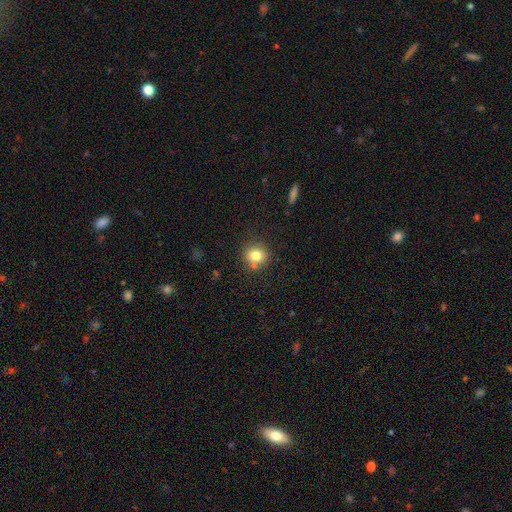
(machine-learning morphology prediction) A smooth galaxy with no disk features (79%) that is round (85%).

Vote fractions:
- Smooth or featured? smooth: 79% / star or artifact: 12% / featured or disk: 9%
- How rounded? round: 85% / in between: 14% / cigar-shaped: 1%
- Merging? none: 77% / minor disturbance: 12% / merger: 8% / major disturbance: 3%